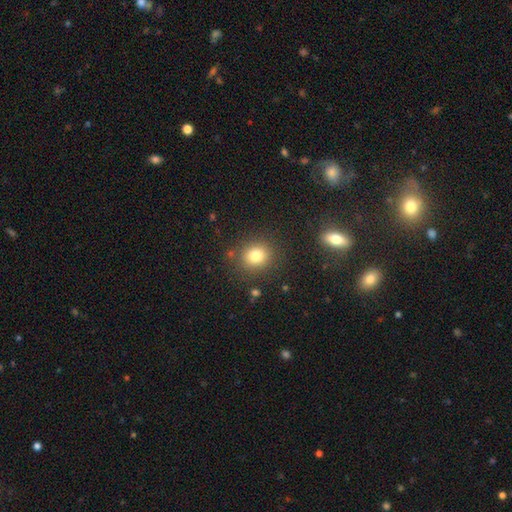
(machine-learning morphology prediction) smooth_or_featured: smooth (p=0.80) [alt: star or artifact p=0.12]
how_rounded: round (p=0.75) [alt: in between p=0.24]
merging: none (p=0.84) [alt: minor disturbance p=0.09]